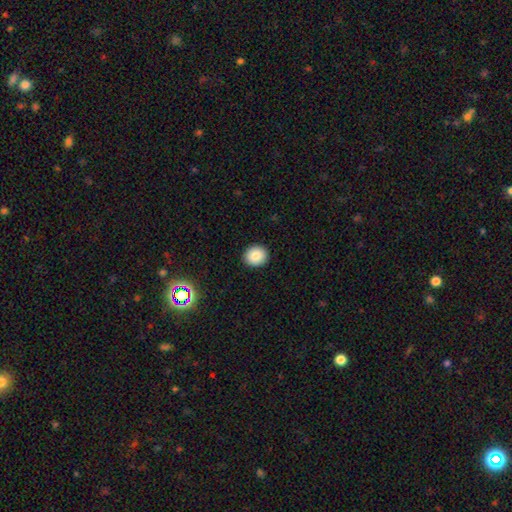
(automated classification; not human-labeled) Smooth or featured? Predicted: smooth (p=0.85). How rounded? Predicted: round (p=0.74). Merging? Predicted: none (p=0.91).